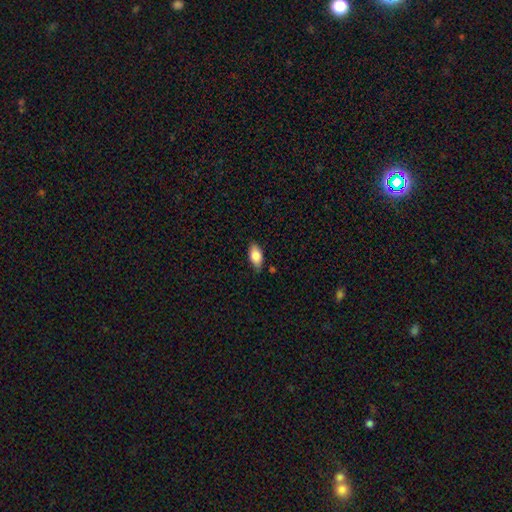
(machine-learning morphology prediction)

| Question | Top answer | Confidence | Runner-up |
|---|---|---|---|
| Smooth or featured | smooth | 82% | featured or disk (11%) |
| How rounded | in between | 90% | cigar-shaped (6%) |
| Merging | none | 76% | minor disturbance (19%) |